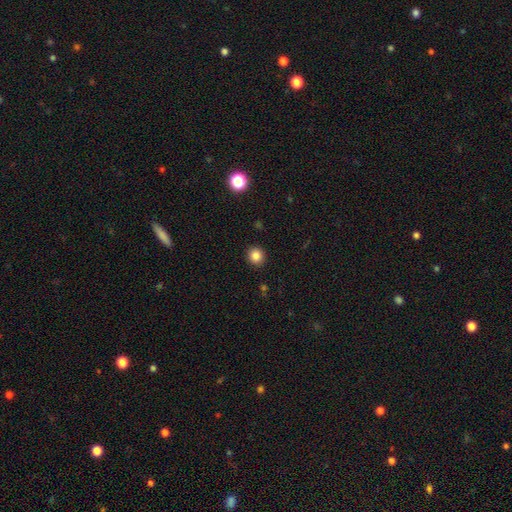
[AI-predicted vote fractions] Q: Smooth or featured?
A: smooth (84%); runner-up: star or artifact (12%)
Q: How rounded?
A: round (90%); runner-up: in between (9%)
Q: Merging?
A: none (92%); runner-up: minor disturbance (5%)